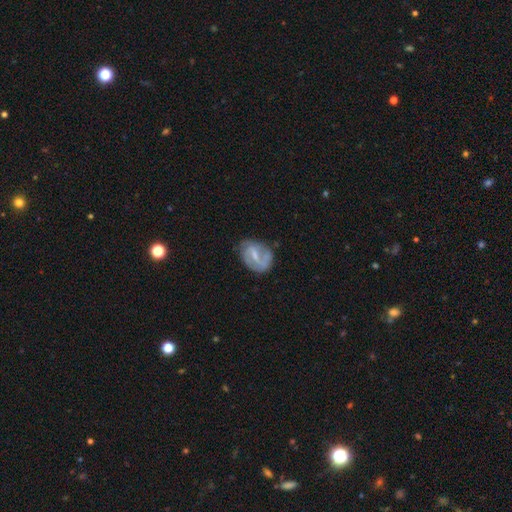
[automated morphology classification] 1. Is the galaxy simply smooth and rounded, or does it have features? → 70% featured or disk, 24% smooth, 6% star or artifact.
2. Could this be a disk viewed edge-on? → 97% no, 3% yes.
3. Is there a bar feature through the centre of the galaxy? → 53% weak, 32% strong, 15% no.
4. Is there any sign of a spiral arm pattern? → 83% yes, 17% no.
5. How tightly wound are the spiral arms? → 43% medium, 36% tight, 21% loose.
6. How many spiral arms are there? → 68% 2, 16% can't tell, 10% 1, 4% 3, 1% 4, 1% more than 4.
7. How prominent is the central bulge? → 44% small, 32% moderate, 20% none, 3% large, 1% dominant.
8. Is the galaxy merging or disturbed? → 63% none, 24% minor disturbance, 10% major disturbance, 2% merger.